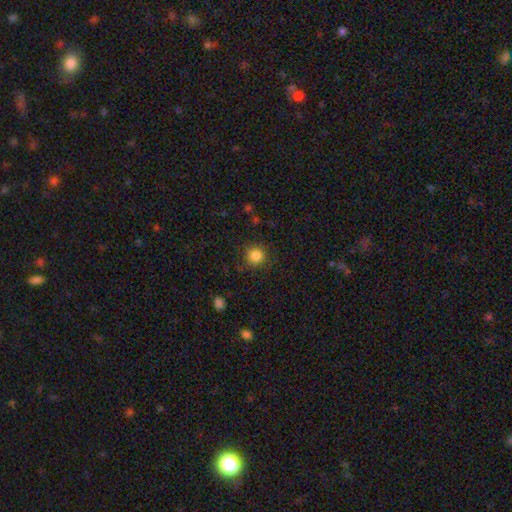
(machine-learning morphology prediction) A smooth galaxy with no disk features (84%) that is round (93%).

Vote fractions:
- Smooth or featured? smooth: 84% / star or artifact: 11% / featured or disk: 4%
- How rounded? round: 93% / in between: 6% / cigar-shaped: 1%
- Merging? none: 86% / minor disturbance: 9% / major disturbance: 3% / merger: 1%